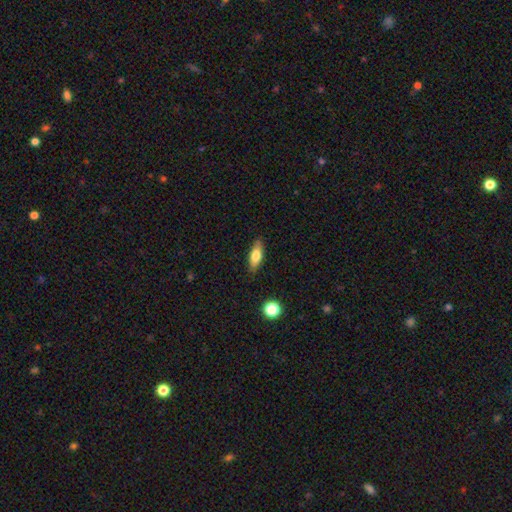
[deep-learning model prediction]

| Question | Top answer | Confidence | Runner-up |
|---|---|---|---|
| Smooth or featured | smooth | 64% | featured or disk (28%) |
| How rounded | in between | 63% | cigar-shaped (34%) |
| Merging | none | 86% | minor disturbance (11%) |